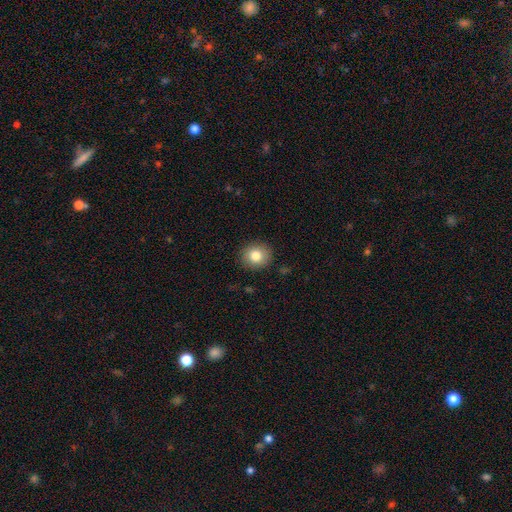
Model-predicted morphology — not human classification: This appears to be a smooth galaxy with no disk features (82%) that is round (79%). Merging: none (89%).